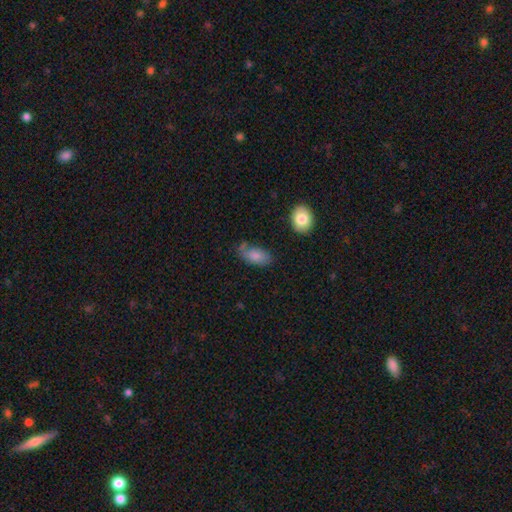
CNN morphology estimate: This appears to be a smooth galaxy with no disk features (79%) that is in between round and cigar-shaped (92%). Merging: none (56%).